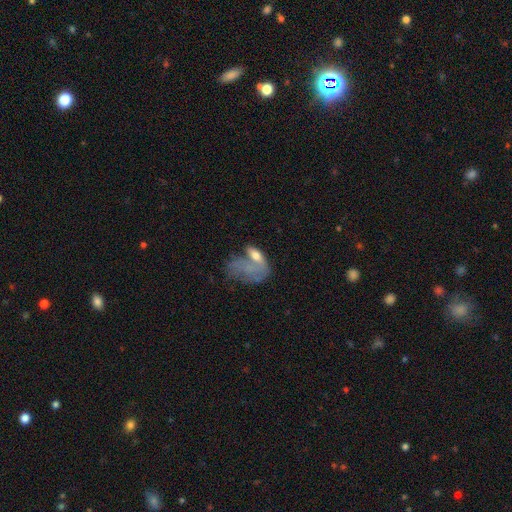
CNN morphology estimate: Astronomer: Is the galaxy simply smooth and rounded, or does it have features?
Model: smooth — 58%.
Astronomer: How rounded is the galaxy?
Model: in between — 83%.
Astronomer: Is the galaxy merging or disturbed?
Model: major disturbance — 40% (runner-up: merger, 25%).